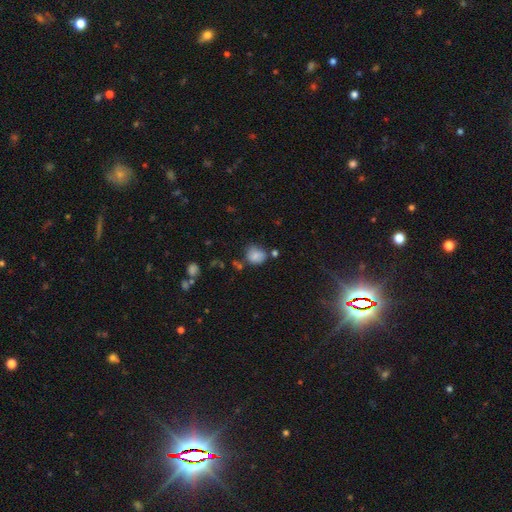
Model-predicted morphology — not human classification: Overall: smooth (80%). How rounded: round (71%). Merging: none (57%; minor disturbance 26%).